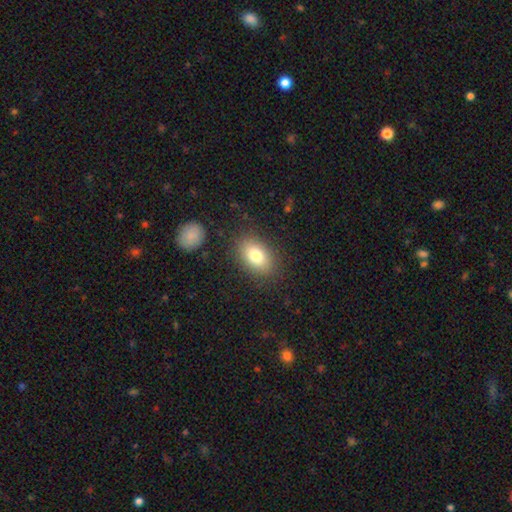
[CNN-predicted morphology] The model was most divided on "smooth or featured": smooth: 79%, featured or disk: 12%, star or artifact: 9%. More confident: merging — none (85%); how rounded — in between (85%).